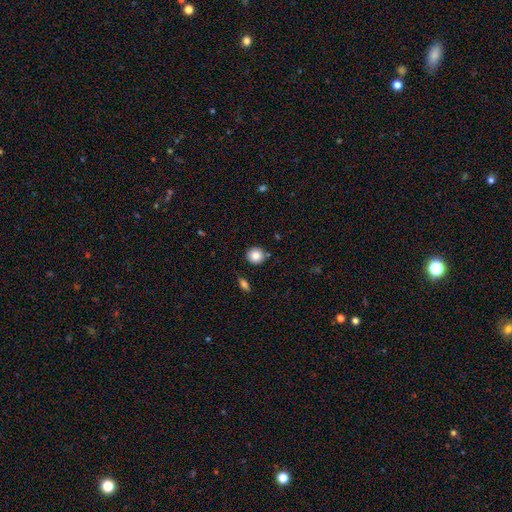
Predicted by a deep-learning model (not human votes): Smooth or featured? Predicted: smooth (p=0.85). How rounded? Predicted: round (p=0.90). Merging? Predicted: none (p=0.86).